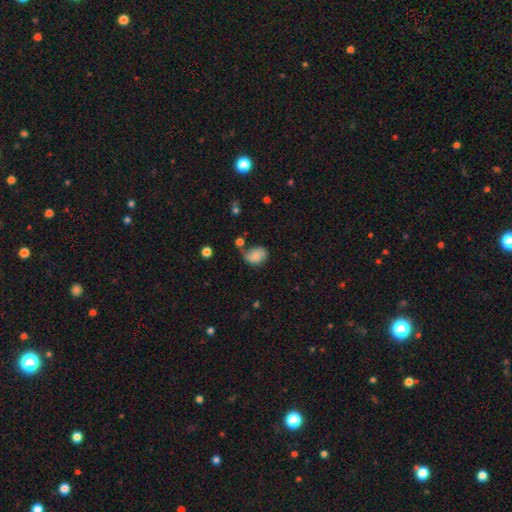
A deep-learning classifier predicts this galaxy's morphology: smooth-or-featured: smooth: 62% | featured or disk: 27% | star or artifact: 10%
  how-rounded: in between: 56% | round: 42% | cigar-shaped: 1%
  merging: none: 47% | minor disturbance: 30% | major disturbance: 13% | merger: 10%